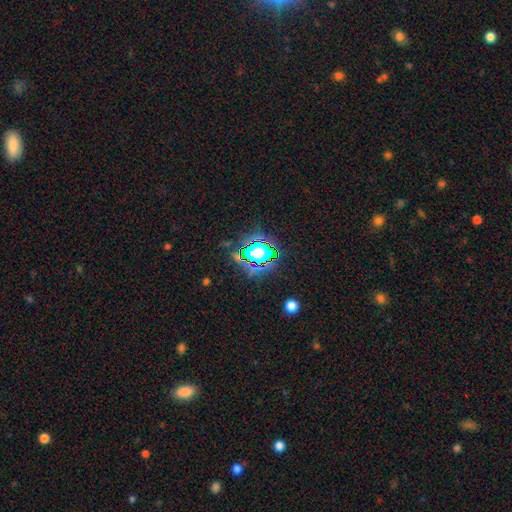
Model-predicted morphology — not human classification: Smooth or featured: star or artifact — 79% (smooth — 13%)